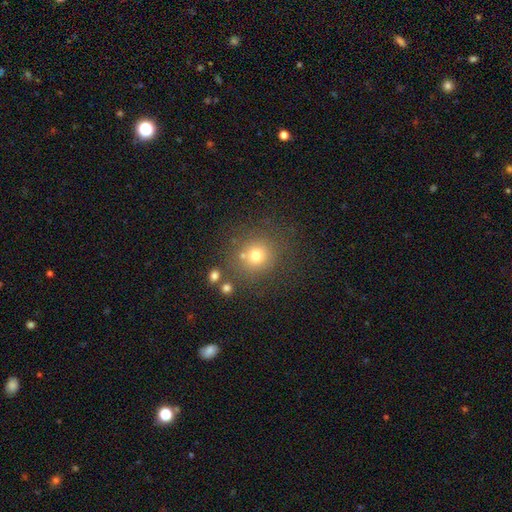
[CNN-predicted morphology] smooth_or_featured: smooth (p=0.73) [alt: star or artifact p=0.17]
how_rounded: round (p=0.91) [alt: in between p=0.08]
merging: none (p=0.77) [alt: minor disturbance p=0.10]